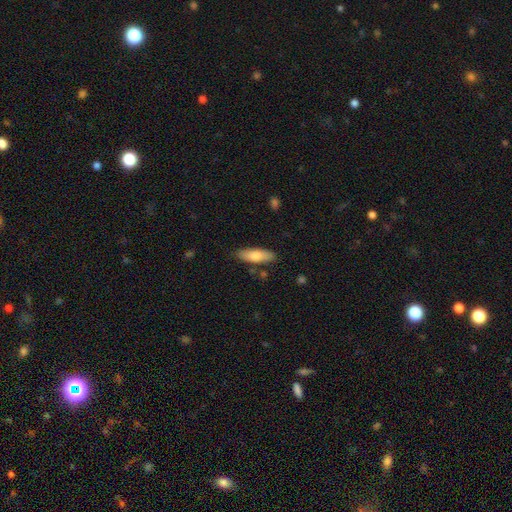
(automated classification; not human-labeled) This appears to be a smooth galaxy with no disk features (77%) that is in between round and cigar-shaped (56%). Merging: none (83%).